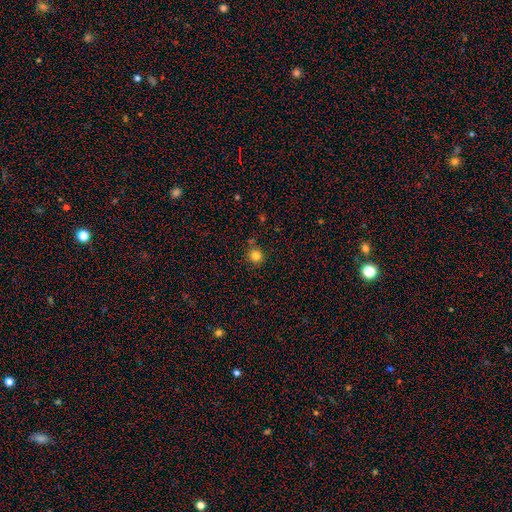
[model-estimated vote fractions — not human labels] Smooth or featured? smooth (82%)
How rounded? round (93%)
Merging? none (80%)